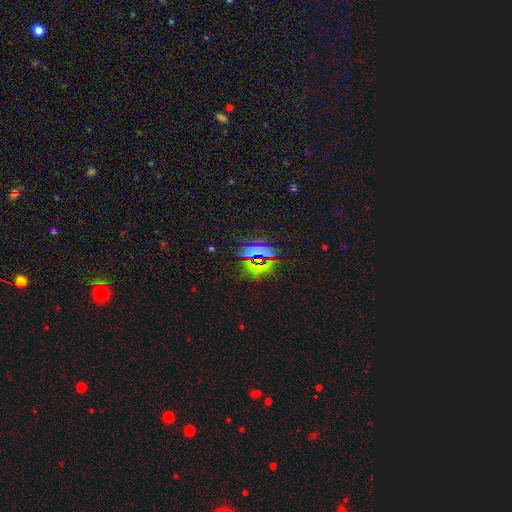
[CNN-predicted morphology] This appears to be a star or artifact, not a galaxy (67%).